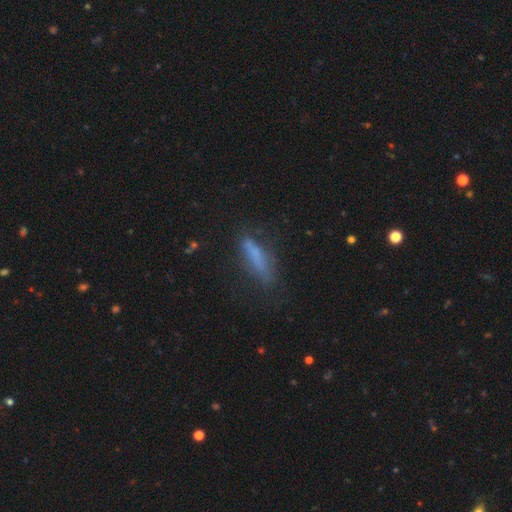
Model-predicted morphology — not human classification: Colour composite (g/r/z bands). It shows a smooth galaxy with no disk features (63%) that is cigar-shaped (77%). Merging: none (65%).